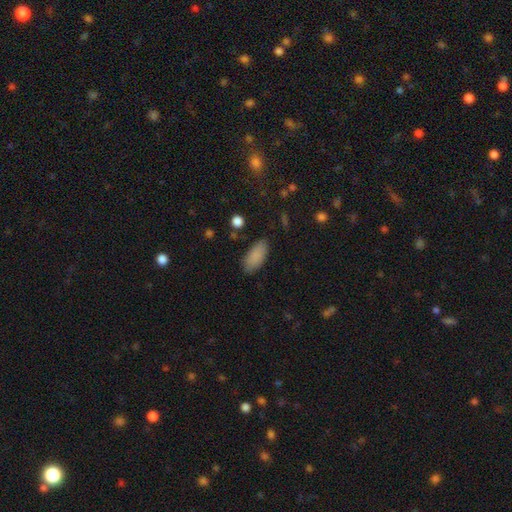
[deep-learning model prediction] A smooth galaxy with no disk features (88%) that is in between round and cigar-shaped (91%). Merging: none (82%).